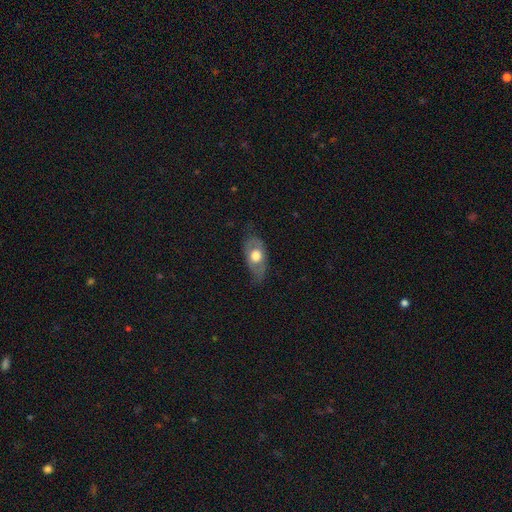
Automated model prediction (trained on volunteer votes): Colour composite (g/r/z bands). It shows a smooth galaxy with no disk features (49%). Merging: none (61%).